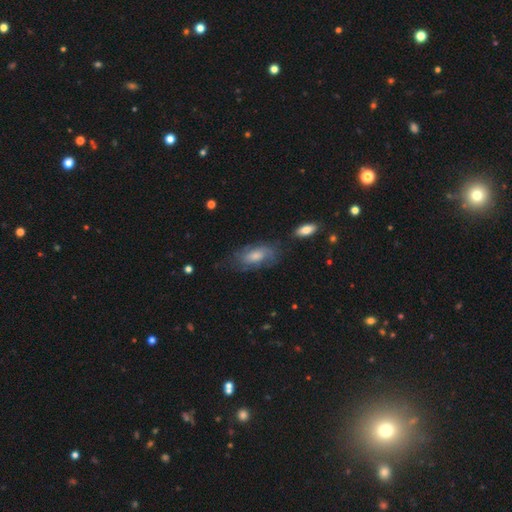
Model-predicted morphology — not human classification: Smooth or featured? featured or disk (52%)
Edge-on disk? no (91%)
Merging? none (63%)